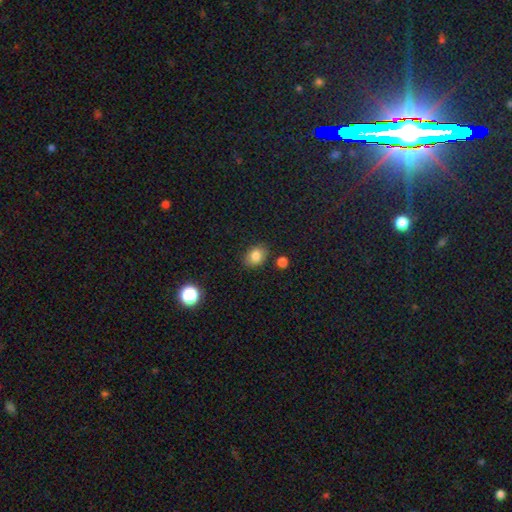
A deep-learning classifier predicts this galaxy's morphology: Smooth or featured? Predicted: smooth (p=0.82). How rounded? Predicted: in between (p=0.67). Merging? Predicted: none (p=0.82).